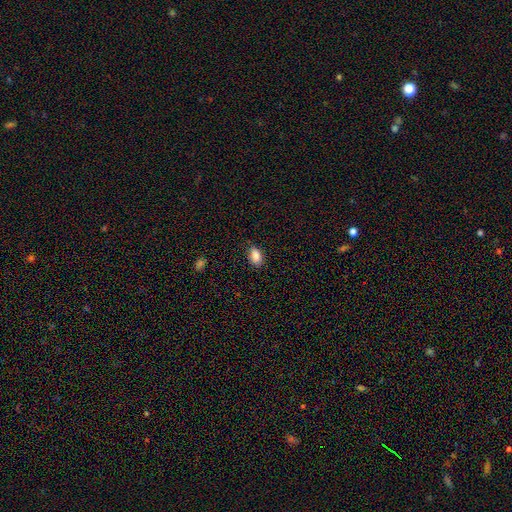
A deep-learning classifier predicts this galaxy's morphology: smooth-or-featured: smooth: 87% | star or artifact: 8% | featured or disk: 5%
  how-rounded: in between: 88% | round: 10% | cigar-shaped: 2%
  merging: none: 83% | minor disturbance: 14% | major disturbance: 2% | merger: 1%